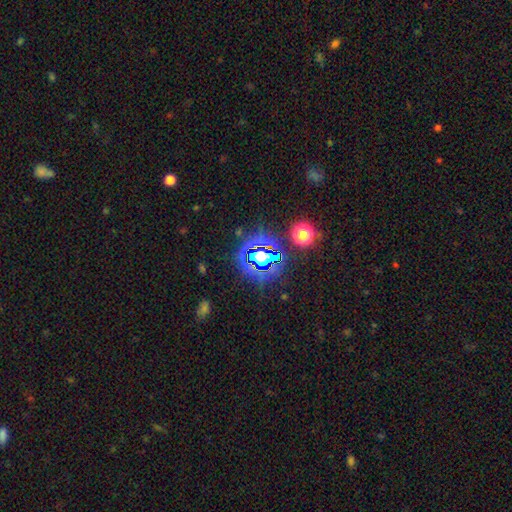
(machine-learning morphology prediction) smooth_or_featured: star or artifact (p=0.77) [alt: smooth p=0.15]